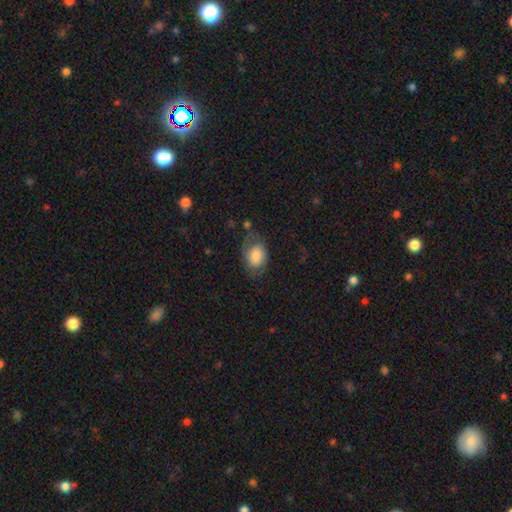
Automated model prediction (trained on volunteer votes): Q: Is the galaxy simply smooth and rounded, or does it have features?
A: smooth — 73%.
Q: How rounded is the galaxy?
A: in between — 77%.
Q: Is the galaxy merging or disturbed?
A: none — 49%.